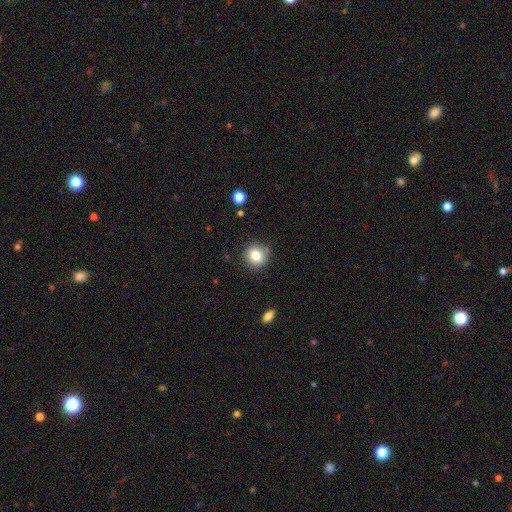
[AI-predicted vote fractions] The model was most divided on "how rounded": round: 82%, in between: 17%, cigar-shaped: 1%. More confident: merging — none (84%); smooth or featured — smooth (82%).